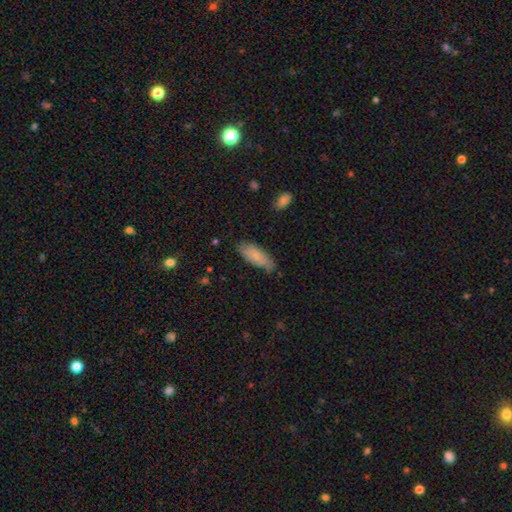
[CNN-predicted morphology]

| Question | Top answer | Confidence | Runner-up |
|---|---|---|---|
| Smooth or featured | smooth | 81% | featured or disk (13%) |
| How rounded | in between | 73% | cigar-shaped (26%) |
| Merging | none | 69% | minor disturbance (25%) |